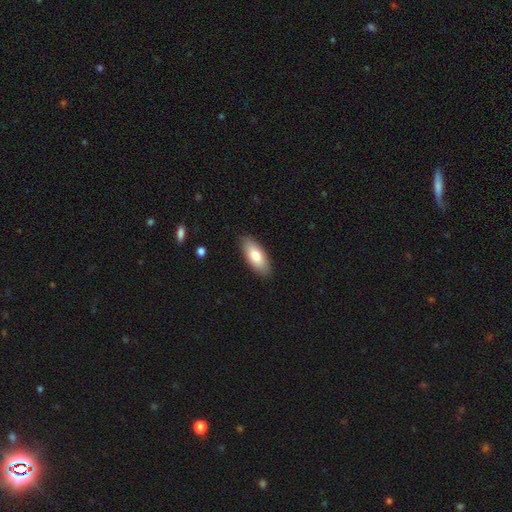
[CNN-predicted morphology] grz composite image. It shows a smooth galaxy with no disk features (79%) that is in between round and cigar-shaped (82%). Merging: none (87%).